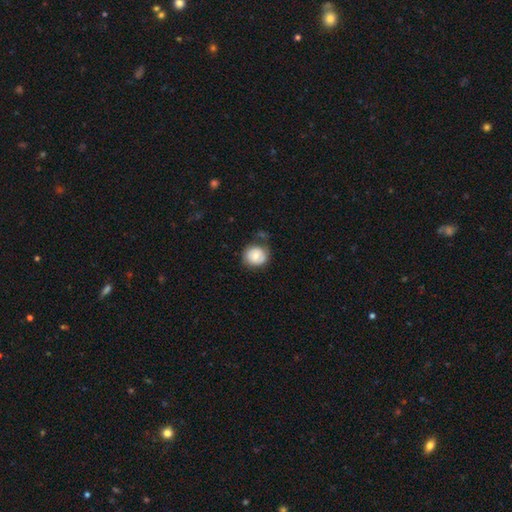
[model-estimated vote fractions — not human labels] Smooth or featured: smooth — 66% (featured or disk — 26%)
How rounded: round — 83% (in between — 16%)
Merging: none — 64% (minor disturbance — 22%)